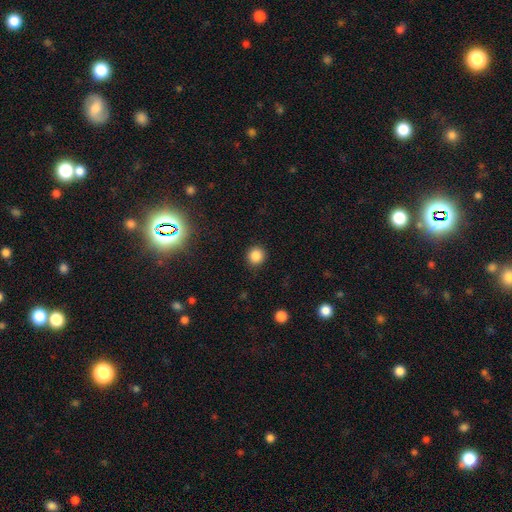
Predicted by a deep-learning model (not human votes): A smooth galaxy with no disk features (85%) that is round (92%).

Vote fractions:
- Smooth or featured? smooth: 85% / star or artifact: 12% / featured or disk: 3%
- How rounded? round: 92% / in between: 7% / cigar-shaped: 1%
- Merging? none: 91% / minor disturbance: 6% / major disturbance: 2% / merger: 1%